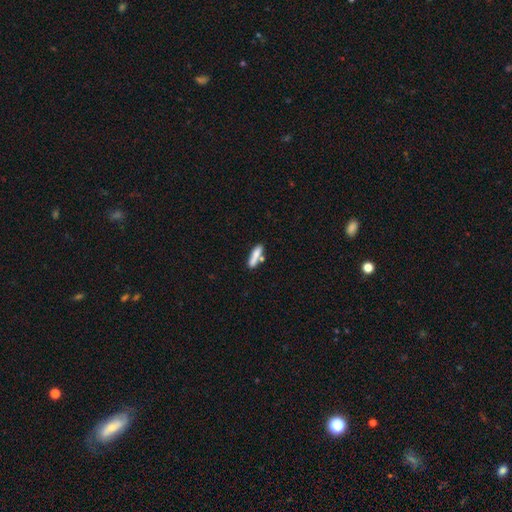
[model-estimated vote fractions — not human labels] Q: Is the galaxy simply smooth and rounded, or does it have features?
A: smooth — 79%.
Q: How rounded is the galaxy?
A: cigar-shaped — 72%.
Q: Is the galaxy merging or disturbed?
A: none — 64%.